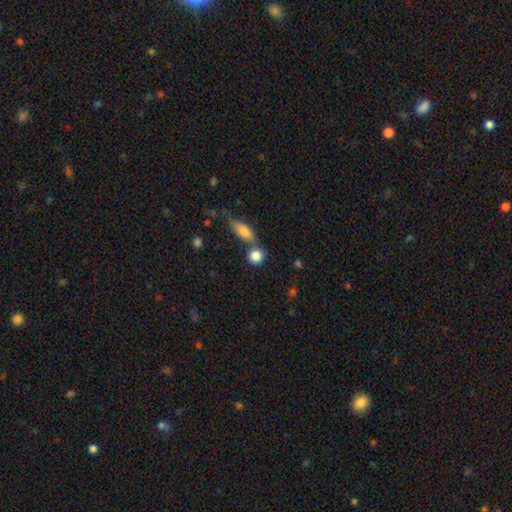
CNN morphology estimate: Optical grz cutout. It shows a smooth galaxy with no disk features (85%) that is round (76%). Merging: none (53%).